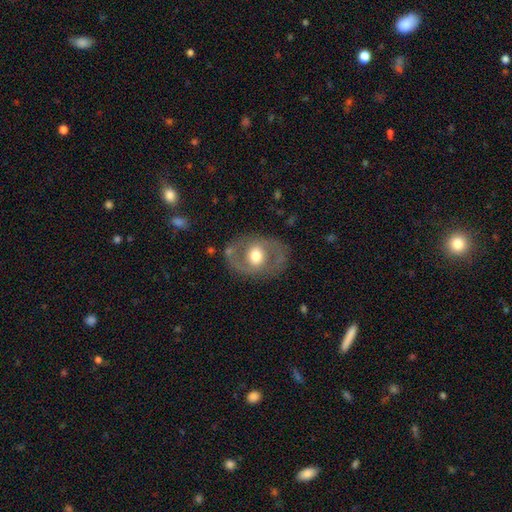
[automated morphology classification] Smooth or featured? Predicted: featured or disk (p=0.61). Edge-on disk? Predicted: no (p=0.95). Bar? Predicted: no (p=0.55). Spiral arms? Predicted: yes (p=0.50, tied with no). Bulge size? Predicted: moderate (p=0.60). Merging? Predicted: none (p=0.76).